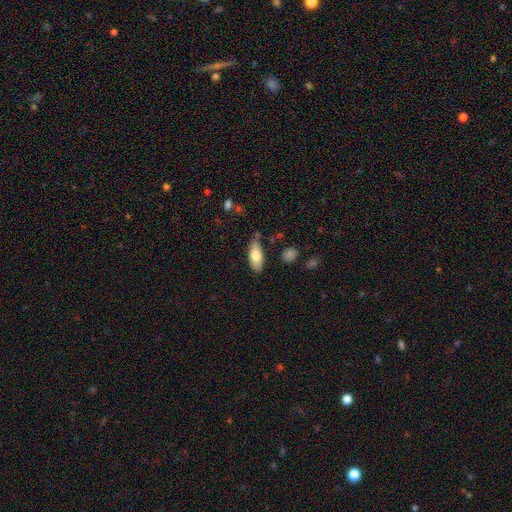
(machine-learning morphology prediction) This appears to be a smooth galaxy with no disk features (74%) that is in between round and cigar-shaped (79%). Merging: none (74%).